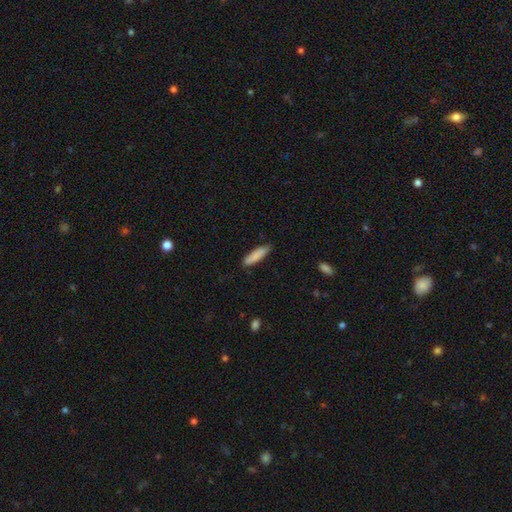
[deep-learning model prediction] Smooth or featured?
  - smooth: 86% *
  - featured or disk: 9%
  - star or artifact: 6%
How rounded?
  - cigar-shaped: 69% *
  - in between: 30%
  - round: 1%
Merging?
  - none: 82% *
  - minor disturbance: 14%
  - major disturbance: 2%
  - merger: 1%